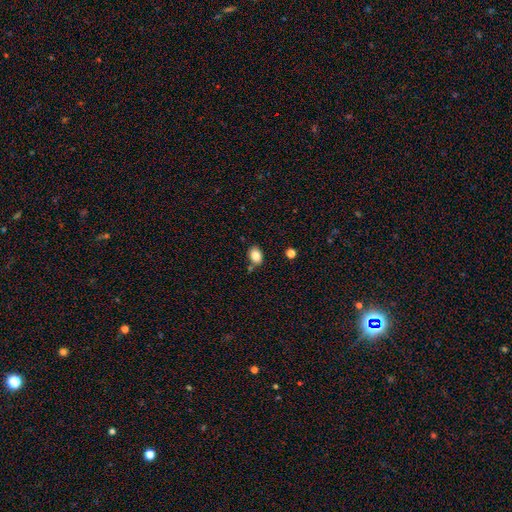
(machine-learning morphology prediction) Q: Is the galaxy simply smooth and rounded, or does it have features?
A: smooth — 85%.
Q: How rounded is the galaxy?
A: in between — 74%.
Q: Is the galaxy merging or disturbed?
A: none — 76%.